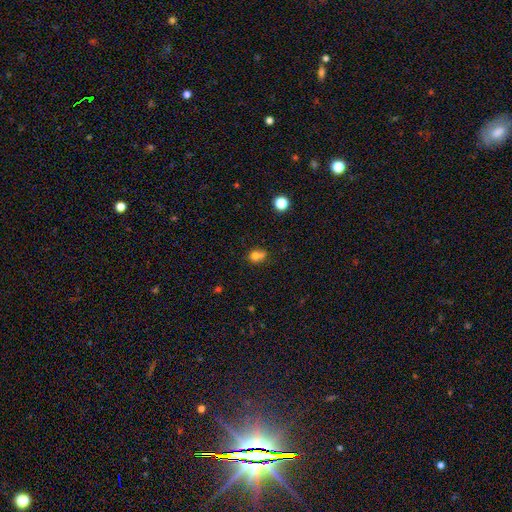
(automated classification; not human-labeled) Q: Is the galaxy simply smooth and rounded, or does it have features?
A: smooth — 74%.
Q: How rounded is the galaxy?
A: round — 56%.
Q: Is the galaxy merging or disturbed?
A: none — 47%.